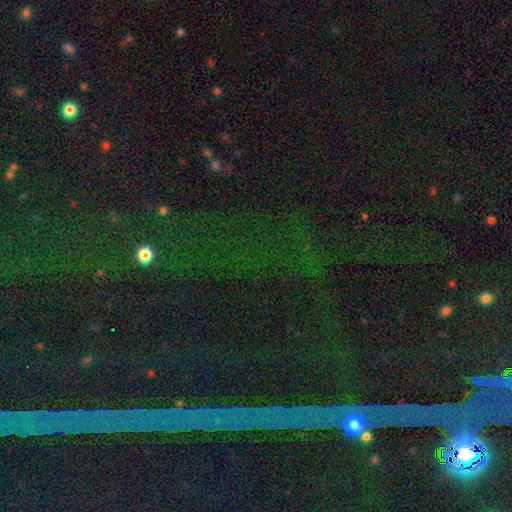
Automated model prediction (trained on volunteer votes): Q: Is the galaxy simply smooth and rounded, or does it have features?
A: star or artifact — 81%.